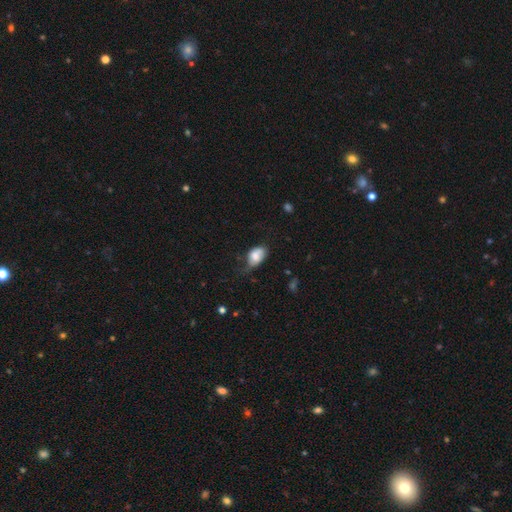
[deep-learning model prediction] smooth 73%, featured or disk 19%, star or artifact 8%. Down the decision tree: how rounded — in between (83%); merging — minor disturbance (40%).